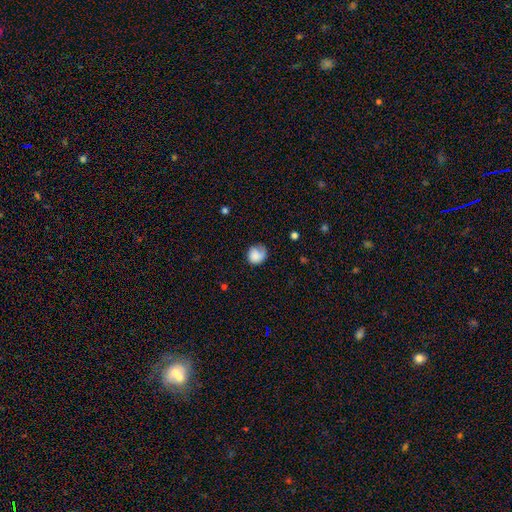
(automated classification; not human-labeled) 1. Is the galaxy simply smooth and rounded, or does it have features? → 80% smooth, 13% featured or disk, 8% star or artifact.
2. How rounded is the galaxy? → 80% round, 19% in between, 1% cigar-shaped.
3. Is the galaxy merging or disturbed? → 57% none, 29% minor disturbance, 13% major disturbance, 2% merger.